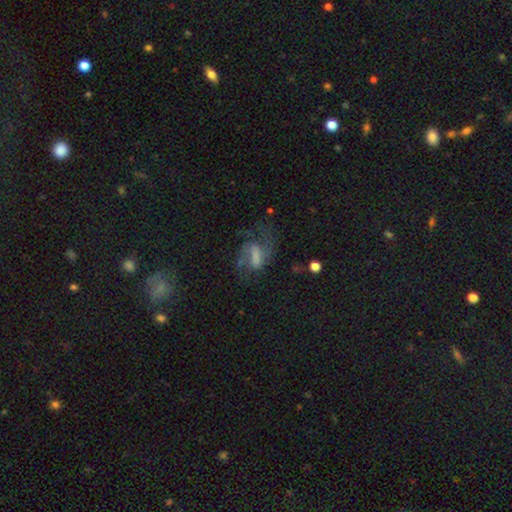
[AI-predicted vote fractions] smooth-or-featured: featured or disk: 59% | smooth: 26% | star or artifact: 15%
  disk-edge-on: no: 94% | yes: 6%
    bar: strong: 39% (tied) | weak: 39% (tied) | no: 22%
    has-spiral-arms: yes: 80% | no: 20%
    bulge-size: none: 42% | moderate: 22% | small: 20% | large: 13% | dominant: 3%
  merging: none: 48% | major disturbance: 29% | minor disturbance: 19% | merger: 3%